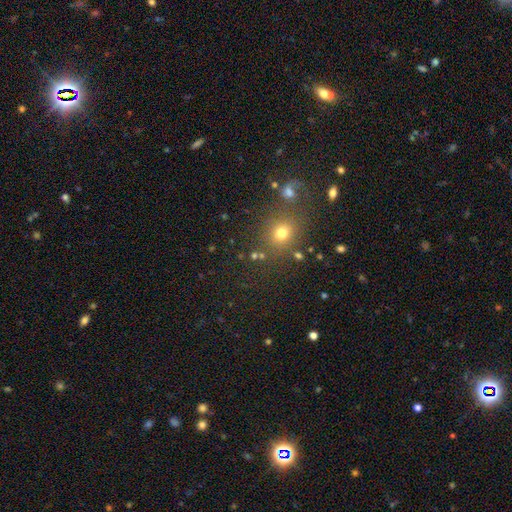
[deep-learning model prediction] Q: Smooth or featured?
A: smooth (62%); runner-up: star or artifact (29%)
Q: How rounded?
A: round (76%); runner-up: in between (23%)
Q: Merging?
A: none (74%); runner-up: merger (12%)